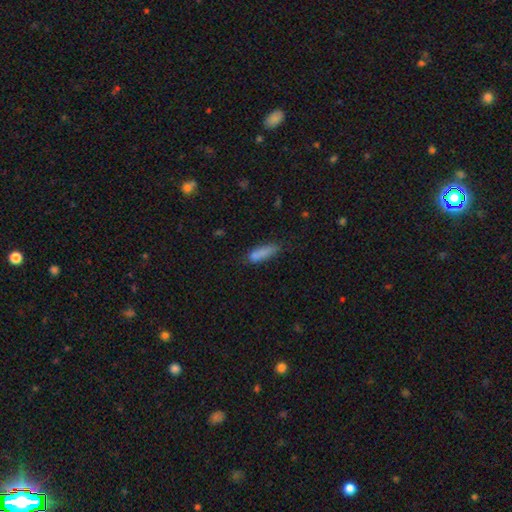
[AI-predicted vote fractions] The model was most divided on "how rounded": cigar-shaped: 67%, in between: 31%, round: 2%. More confident: smooth or featured — smooth (82%); merging — none (69%).